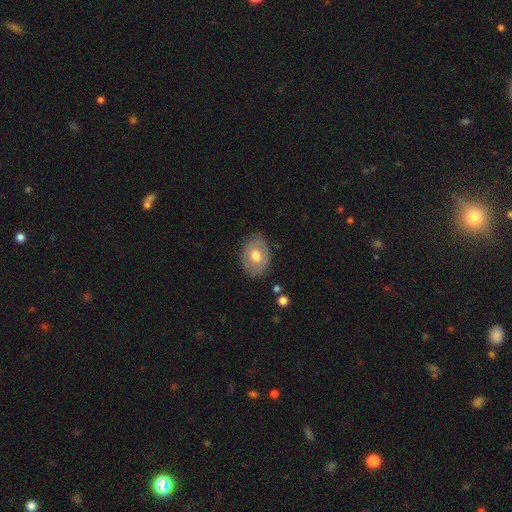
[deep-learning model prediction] Morphology: type=smooth (65%); roundness=in between (76%); merging=none (81%).